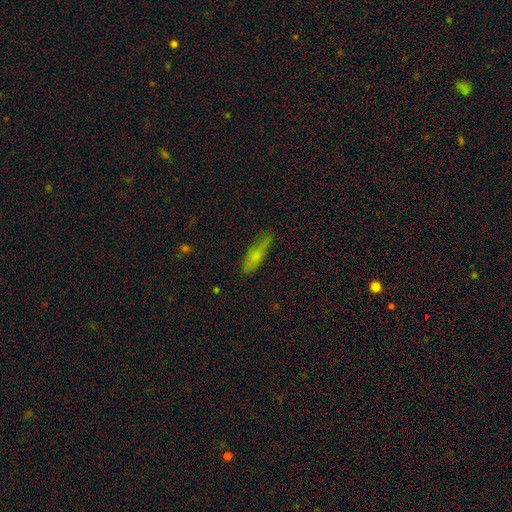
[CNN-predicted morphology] This is likely a smooth galaxy (65%). How rounded: likely cigar-shaped (62%). Merging: likely none (70%).